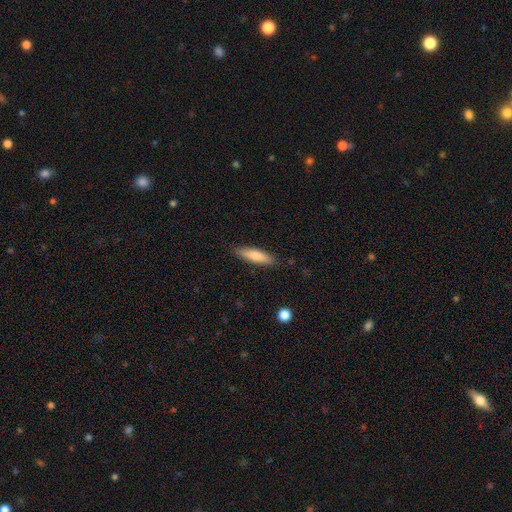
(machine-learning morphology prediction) smooth_or_featured: smooth (p=0.79) [alt: featured or disk p=0.15]
how_rounded: cigar-shaped (p=0.68) [alt: in between p=0.30]
merging: none (p=0.87) [alt: minor disturbance p=0.10]